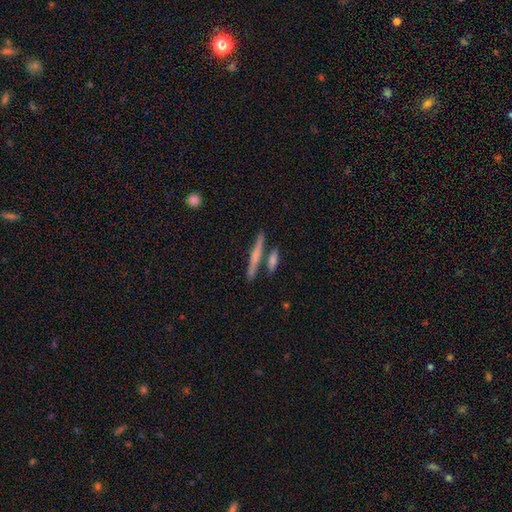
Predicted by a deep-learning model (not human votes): Smooth or featured: smooth — 49% (featured or disk — 44%)
Merging: none — 76% (merger — 14%)